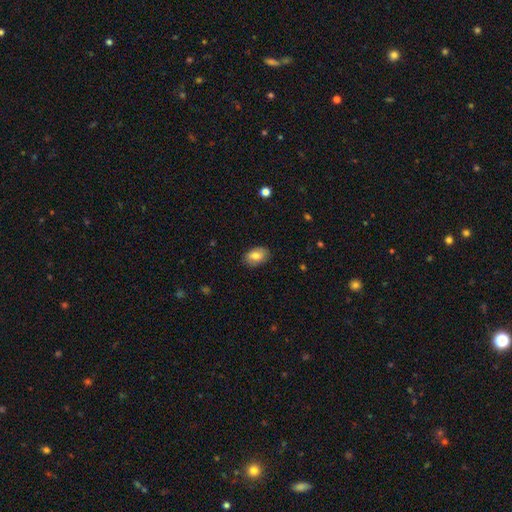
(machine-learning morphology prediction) Smooth or featured?
  - smooth: 78% *
  - featured or disk: 14%
  - star or artifact: 7%
How rounded?
  - in between: 87% *
  - round: 12%
  - cigar-shaped: 1%
Merging?
  - none: 84% *
  - minor disturbance: 12%
  - major disturbance: 3%
  - merger: 1%